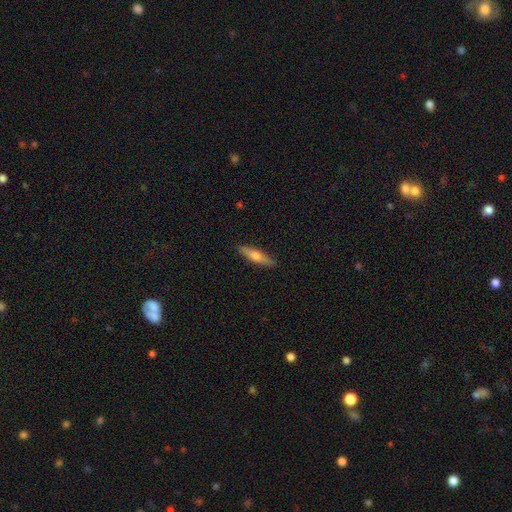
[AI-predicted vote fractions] This appears to be a smooth galaxy with no disk features (51%) that is cigar-shaped (77%). Merging: none (90%).